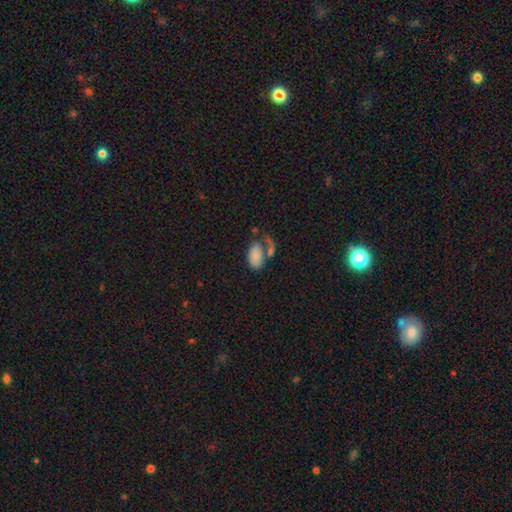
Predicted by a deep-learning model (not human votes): Smooth or featured: smooth — 81% (featured or disk — 10%)
How rounded: in between — 94% (round — 5%)
Merging: none — 41% (merger — 31%)